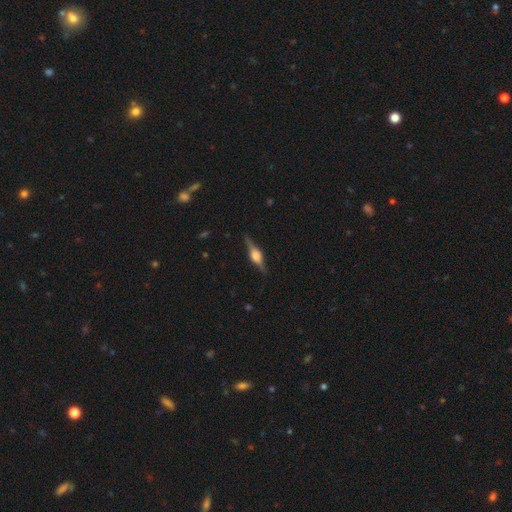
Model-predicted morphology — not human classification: Smooth or featured: featured or disk — 80% (smooth — 14%)
Edge-on disk: yes — 98% (no — 2%)
Edge-on bulge: rounded — 83% (boxy — 15%)
Merging: none — 87% (minor disturbance — 10%)